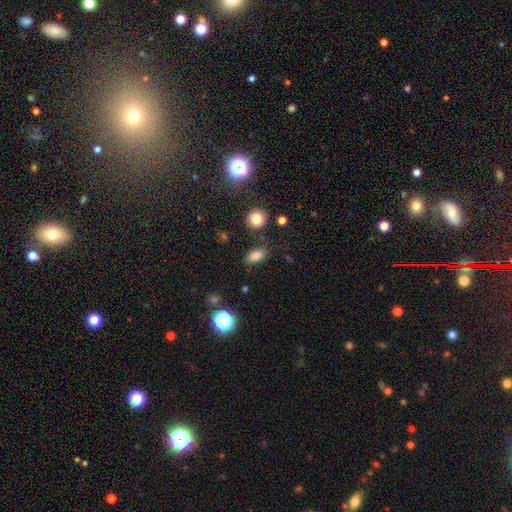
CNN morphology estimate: Smooth or featured? smooth (82%)
How rounded? in between (85%)
Merging? none (81%)